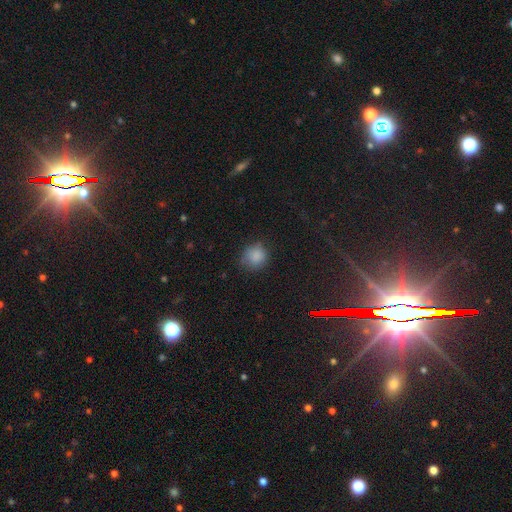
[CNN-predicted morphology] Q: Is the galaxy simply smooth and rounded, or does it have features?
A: smooth — 84%.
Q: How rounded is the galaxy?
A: round — 85%.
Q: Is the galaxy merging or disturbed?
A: none — 70%.